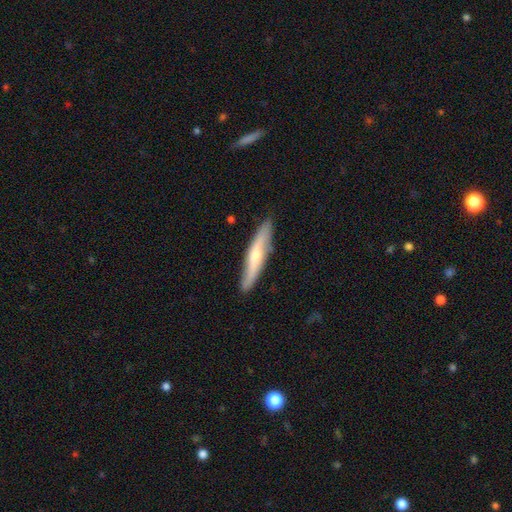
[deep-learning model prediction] Smooth or featured? featured or disk (52%)
Edge-on disk? yes (78%)
Merging? none (84%)